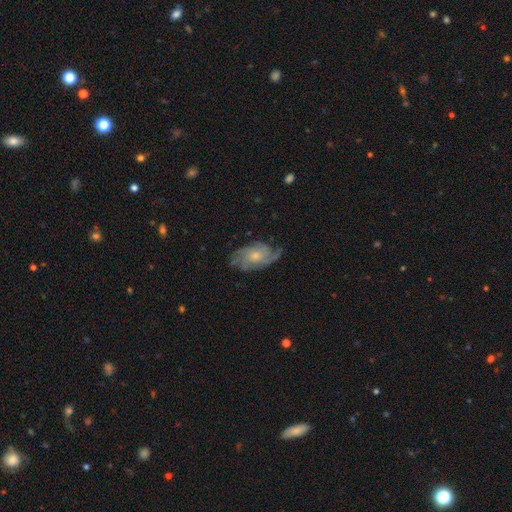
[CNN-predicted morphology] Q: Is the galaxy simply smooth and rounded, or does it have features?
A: featured or disk — 81%.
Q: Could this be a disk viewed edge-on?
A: no — 96%.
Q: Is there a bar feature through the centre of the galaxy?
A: no — 77%.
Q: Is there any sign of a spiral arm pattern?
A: yes — 95%.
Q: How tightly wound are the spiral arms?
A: tight — 46%.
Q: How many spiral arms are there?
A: can't tell — 29%.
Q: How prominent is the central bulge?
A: small — 47%.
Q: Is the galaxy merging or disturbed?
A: none — 72%.